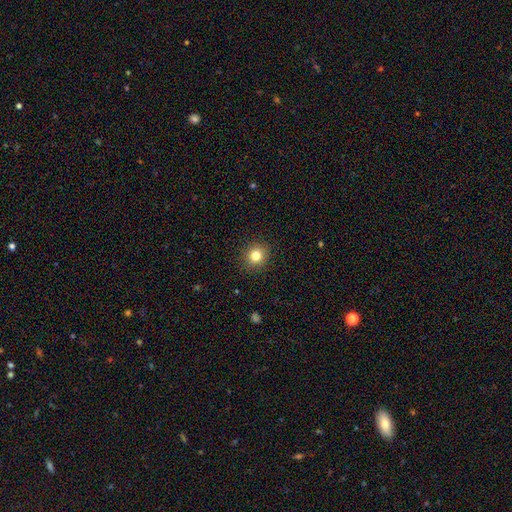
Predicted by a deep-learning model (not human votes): smooth_or_featured: smooth (p=0.82) [alt: star or artifact p=0.12]
how_rounded: round (p=0.85) [alt: in between p=0.15]
merging: none (p=0.90) [alt: minor disturbance p=0.07]